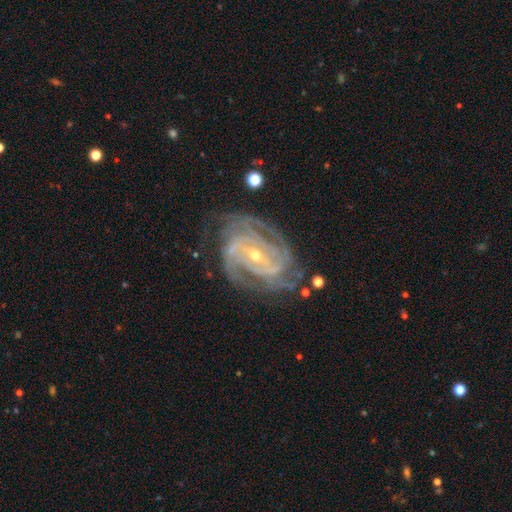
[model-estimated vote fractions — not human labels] The model was most divided on "spiral arm count": 3: 26%, 4: 23%, 2: 20%, can't tell: 17%, more than 4: 8%, 1: 6%. Remaining: spiral arms — yes (98%); edge-on disk — no (97%); smooth or featured — featured or disk (92%); merging — none (68%); spiral winding — tight (66%); bulge size — small (64%); bar — weak (41%).